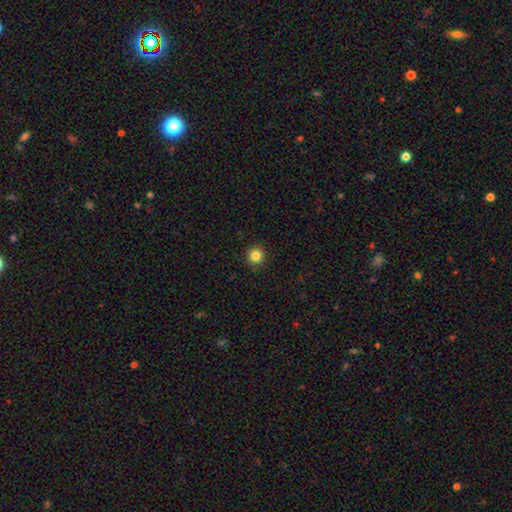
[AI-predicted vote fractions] Smooth or featured?
  - smooth: 84% *
  - star or artifact: 12%
  - featured or disk: 4%
How rounded?
  - round: 95% *
  - in between: 5%
  - cigar-shaped: 1%
Merging?
  - none: 92% *
  - minor disturbance: 5%
  - major disturbance: 2%
  - merger: 1%